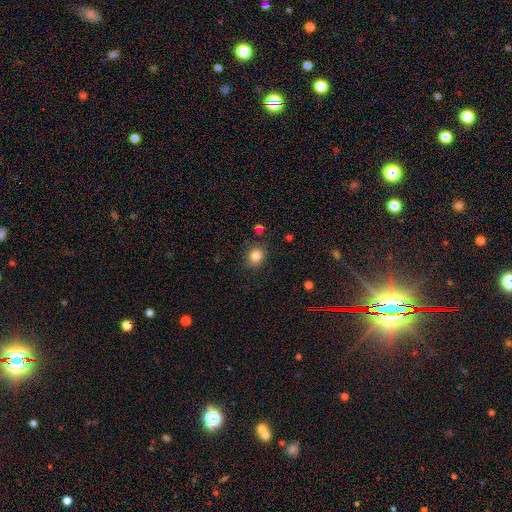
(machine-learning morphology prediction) This is clearly a smooth galaxy (84%). How rounded: likely round (71%). Merging: clearly none (82%).